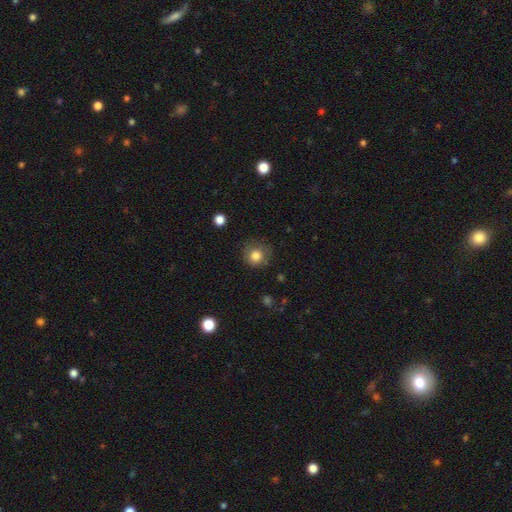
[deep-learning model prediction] smooth 82%, star or artifact 10%, featured or disk 8%. Down the decision tree: how rounded — round (90%); merging — none (77%).